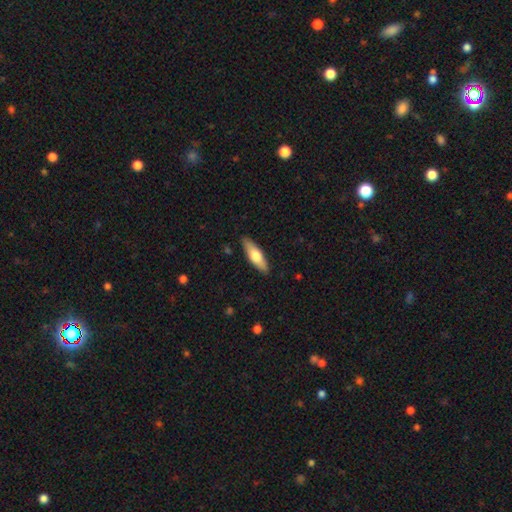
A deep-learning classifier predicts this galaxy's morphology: Q: Smooth or featured?
A: smooth (62%); runner-up: featured or disk (33%)
Q: How rounded?
A: cigar-shaped (52%); runner-up: in between (46%)
Q: Merging?
A: none (89%); runner-up: minor disturbance (8%)